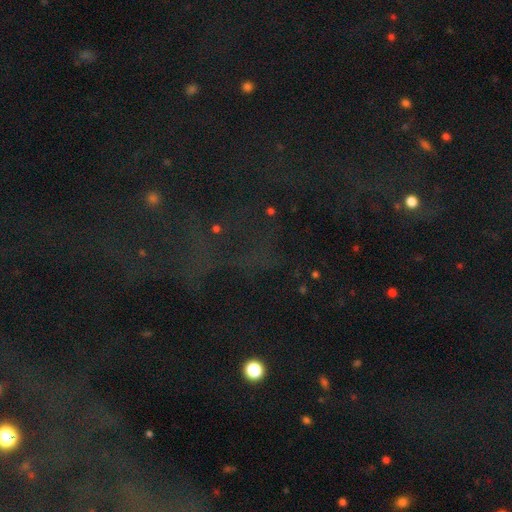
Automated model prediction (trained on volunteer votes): A star or artifact, not a galaxy (69%).